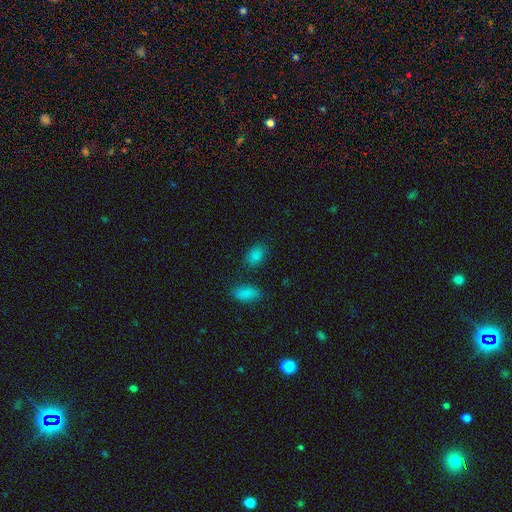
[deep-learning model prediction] This is clearly a smooth galaxy (84%). How rounded: clearly in between (87%). Merging: likely none (79%).